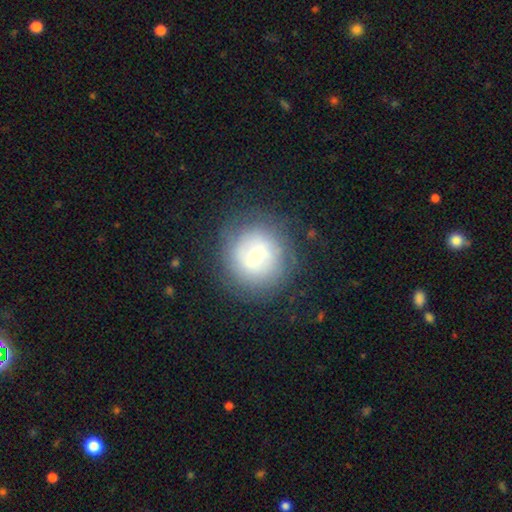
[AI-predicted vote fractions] A smooth galaxy with no disk features (55%) that is round (91%). Merging: none (77%).